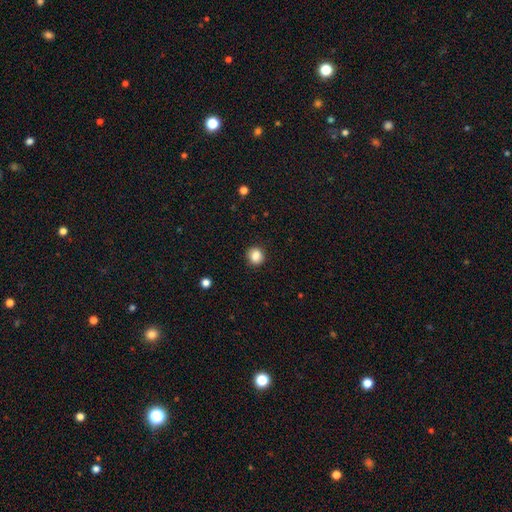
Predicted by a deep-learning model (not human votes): Q: Smooth or featured?
A: smooth (86%); runner-up: star or artifact (10%)
Q: How rounded?
A: round (79%); runner-up: in between (20%)
Q: Merging?
A: none (88%); runner-up: minor disturbance (9%)